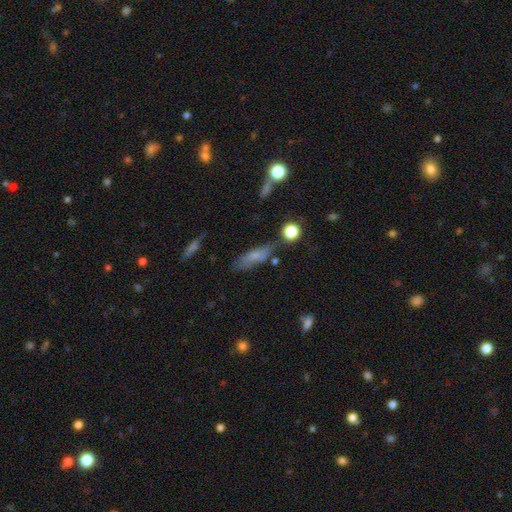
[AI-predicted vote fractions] Morphology: type=smooth (64%); roundness=cigar-shaped (48%); merging=none (59%).